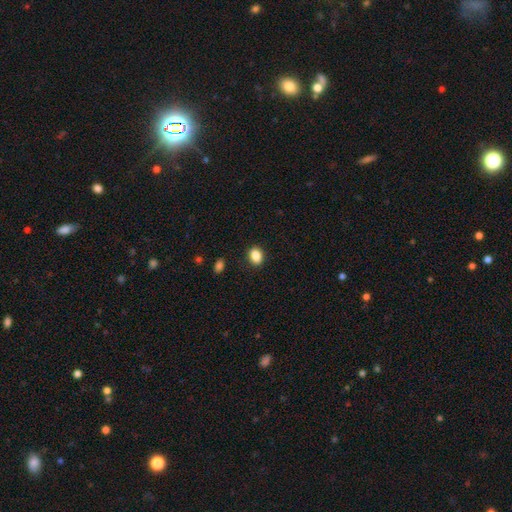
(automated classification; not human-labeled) This appears to be a smooth galaxy with no disk features (87%) that is in between round and cigar-shaped (68%). Merging: none (89%).